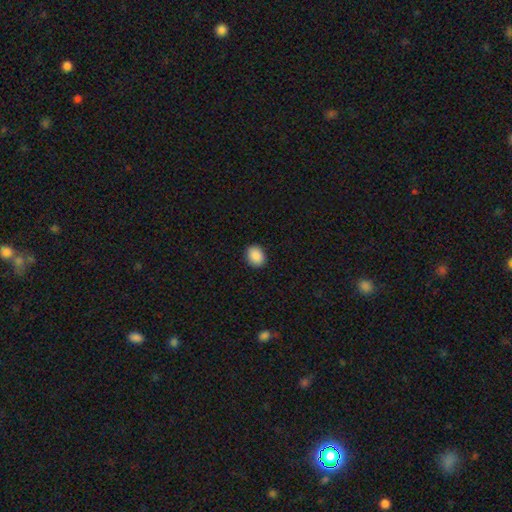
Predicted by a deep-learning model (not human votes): smooth-or-featured: smooth: 90% | star or artifact: 8% | featured or disk: 3%
  how-rounded: in between: 59% | round: 40% | cigar-shaped: 1%
  merging: none: 90% | minor disturbance: 7% | major disturbance: 2% | merger: 1%